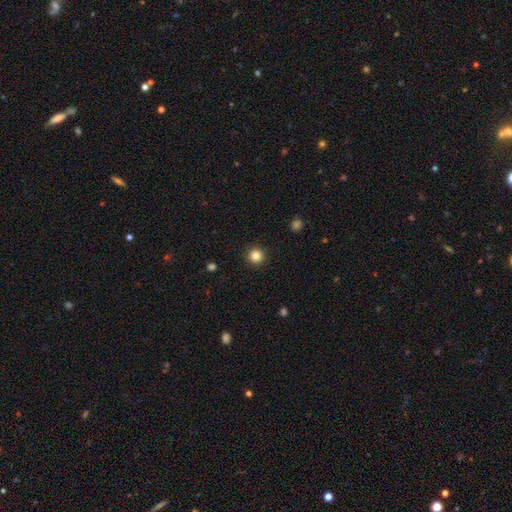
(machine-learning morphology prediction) Smooth or featured? smooth (84%)
How rounded? round (96%)
Merging? none (93%)